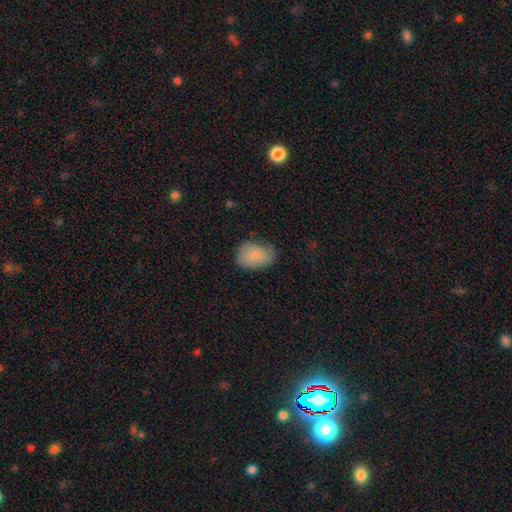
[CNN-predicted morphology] This is clearly a smooth galaxy (85%). How rounded: clearly in between (85%). Merging: likely none (70%).